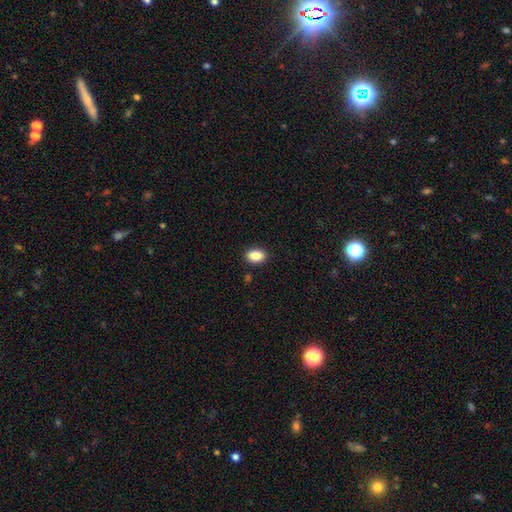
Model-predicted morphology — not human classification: A smooth galaxy with no disk features (86%) that is in between round and cigar-shaped (85%).

Vote fractions:
- Smooth or featured? smooth: 86% / star or artifact: 8% / featured or disk: 6%
- How rounded? in between: 85% / round: 14% / cigar-shaped: 2%
- Merging? none: 89% / minor disturbance: 8% / major disturbance: 2% / merger: 1%